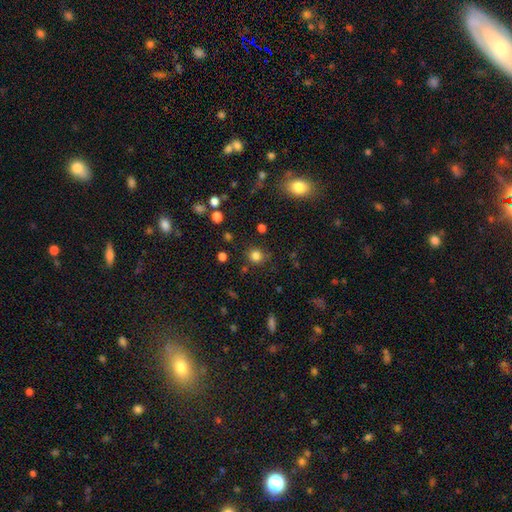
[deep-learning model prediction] A smooth galaxy with no disk features (81%) that is round (90%). Merging: none (84%).